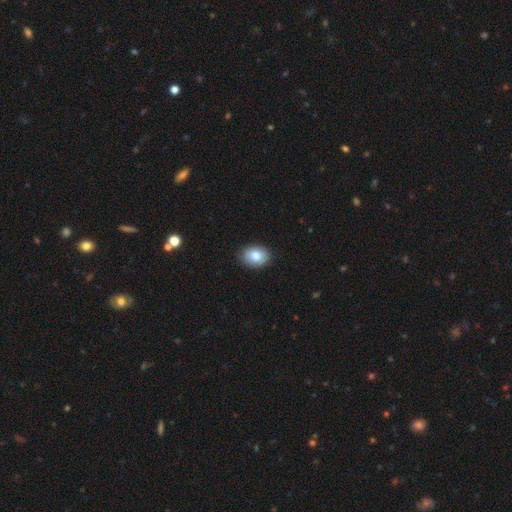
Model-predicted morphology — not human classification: smooth-or-featured: smooth: 84% | featured or disk: 9% | star or artifact: 8%
  how-rounded: in between: 69% | round: 30% | cigar-shaped: 1%
  merging: none: 90% | minor disturbance: 8% | major disturbance: 2% | merger: 1%